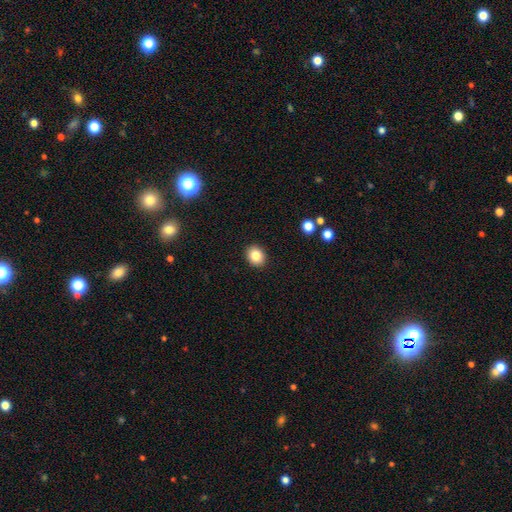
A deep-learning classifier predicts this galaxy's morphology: Q: Smooth or featured?
A: smooth (83%); runner-up: star or artifact (10%)
Q: How rounded?
A: round (64%); runner-up: in between (35%)
Q: Merging?
A: none (92%); runner-up: minor disturbance (6%)